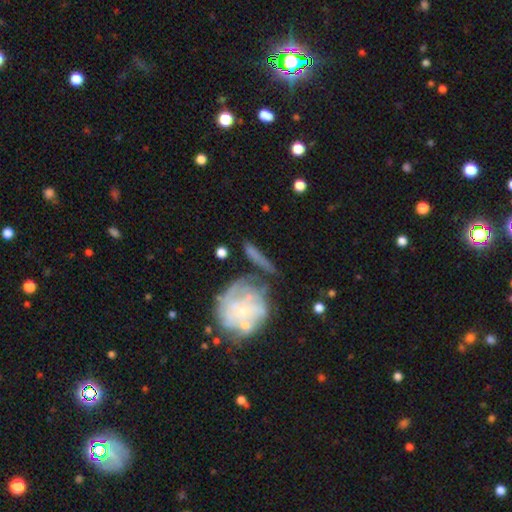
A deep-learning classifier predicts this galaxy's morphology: A featured or disk galaxy (52%).

Vote fractions:
- Smooth or featured? featured or disk: 52% / smooth: 38% / star or artifact: 9%
- Edge-on disk? no: 78% / yes: 22%
- Merging? none: 48% / minor disturbance: 22% / merger: 16% / major disturbance: 14%